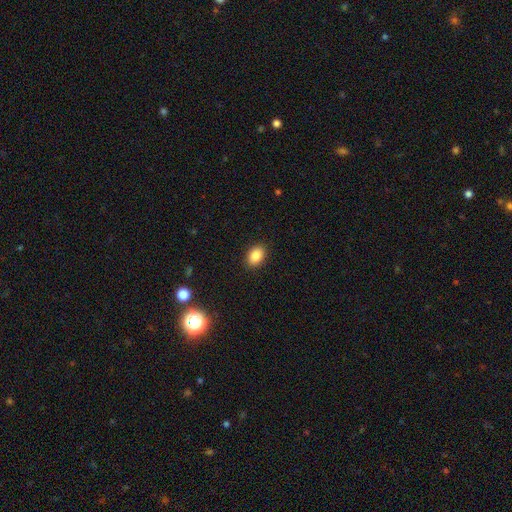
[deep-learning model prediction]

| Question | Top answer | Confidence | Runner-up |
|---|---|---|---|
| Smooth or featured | smooth | 86% | star or artifact (9%) |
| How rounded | in between | 81% | round (18%) |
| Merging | none | 89% | minor disturbance (8%) |